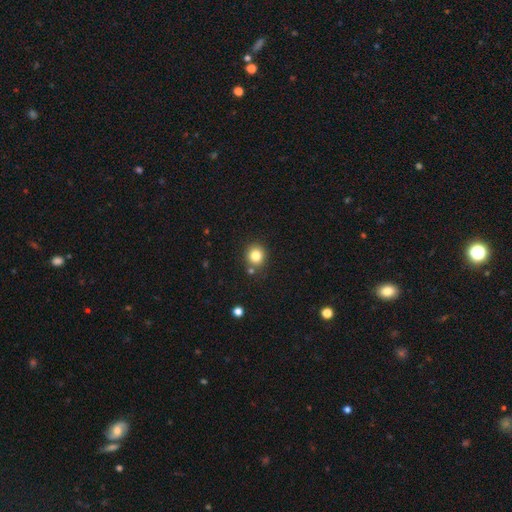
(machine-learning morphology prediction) smooth_or_featured: smooth (p=0.81) [alt: star or artifact p=0.12]
how_rounded: round (p=0.86) [alt: in between p=0.13]
merging: none (p=0.81) [alt: minor disturbance p=0.09]